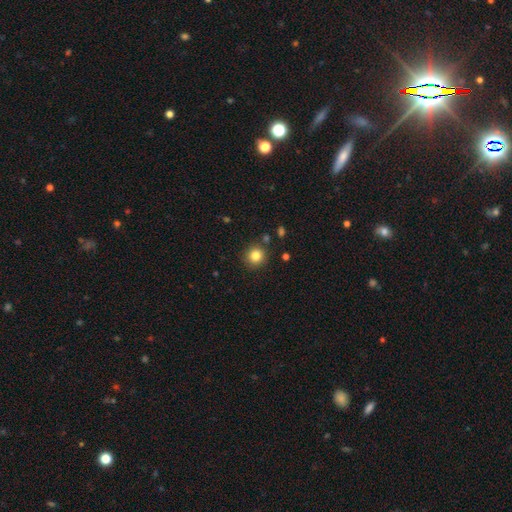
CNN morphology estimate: A smooth galaxy with no disk features (83%) that is round (92%).

Vote fractions:
- Smooth or featured? smooth: 83% / star or artifact: 11% / featured or disk: 6%
- How rounded? round: 92% / in between: 7% / cigar-shaped: 1%
- Merging? none: 88% / minor disturbance: 7% / merger: 3% / major disturbance: 2%